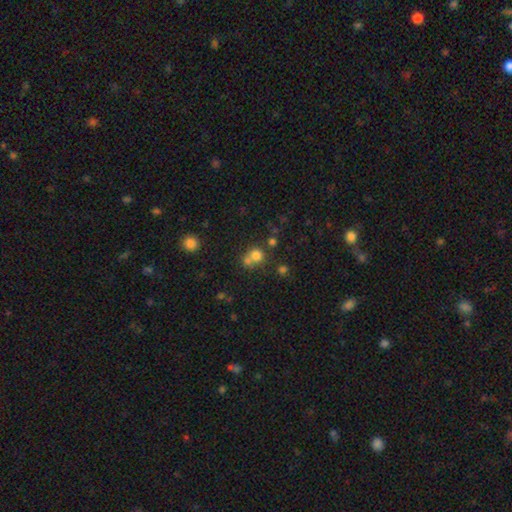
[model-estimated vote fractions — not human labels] A smooth galaxy with no disk features (74%) that is round (85%).

Vote fractions:
- Smooth or featured? smooth: 74% / star or artifact: 15% / featured or disk: 10%
- How rounded? round: 85% / in between: 14% / cigar-shaped: 1%
- Merging? none: 47% / merger: 41% / minor disturbance: 8% / major disturbance: 4%